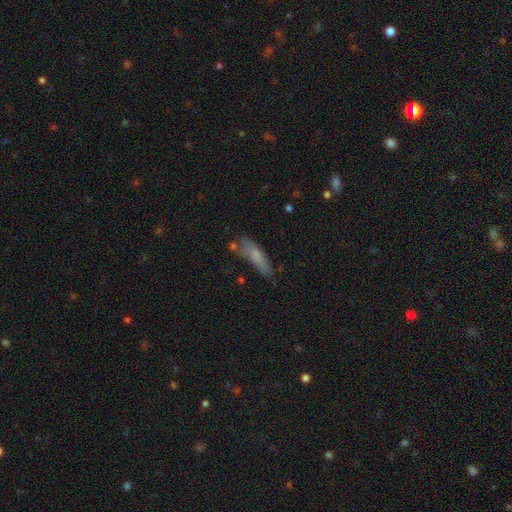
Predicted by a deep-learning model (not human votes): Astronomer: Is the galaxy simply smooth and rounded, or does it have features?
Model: smooth — 69%.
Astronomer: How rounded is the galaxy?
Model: cigar-shaped — 66%.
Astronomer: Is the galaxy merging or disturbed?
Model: none — 60%.